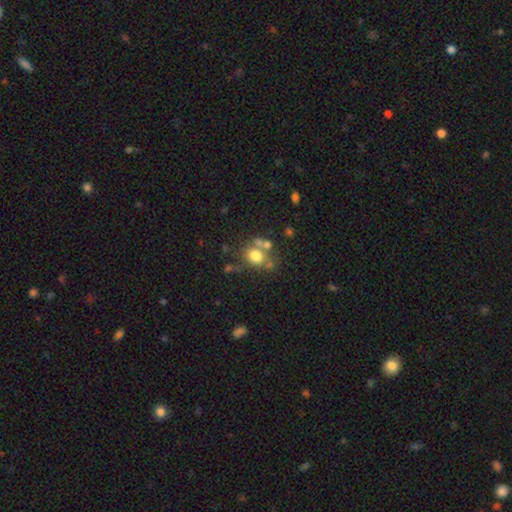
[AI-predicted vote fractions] Smooth or featured? Predicted: smooth (p=0.72). How rounded? Predicted: round (p=0.61). Merging? Predicted: none (p=0.55).